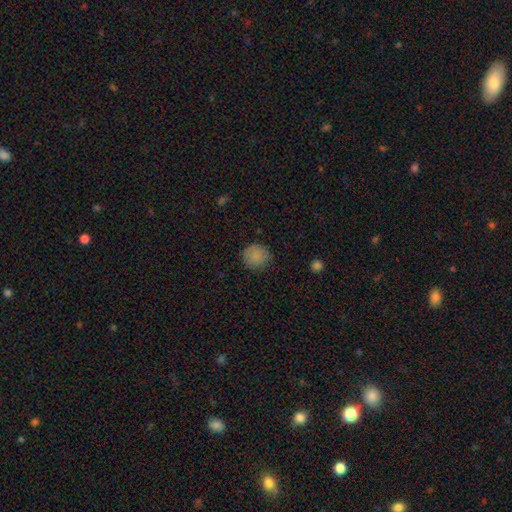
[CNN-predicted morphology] smooth 85%, star or artifact 10%, featured or disk 5%. Down the decision tree: how rounded — round (91%); merging — none (86%).